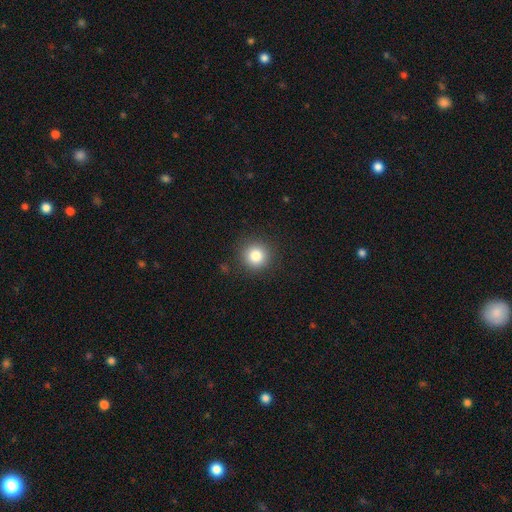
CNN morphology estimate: A smooth galaxy with no disk features (83%) that is round (94%).

Vote fractions:
- Smooth or featured? smooth: 83% / star or artifact: 11% / featured or disk: 6%
- How rounded? round: 94% / in between: 5% / cigar-shaped: 1%
- Merging? none: 90% / minor disturbance: 7% / major disturbance: 2% / merger: 1%